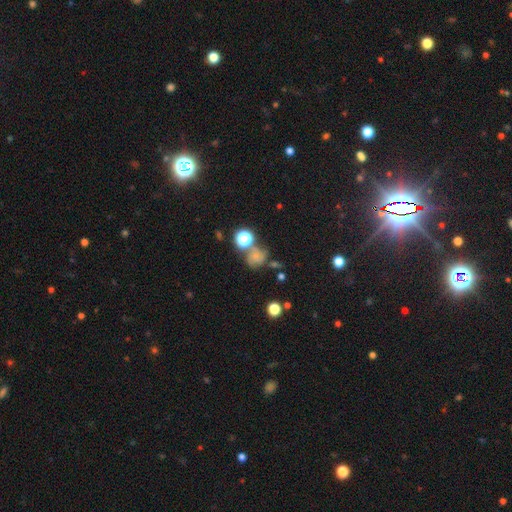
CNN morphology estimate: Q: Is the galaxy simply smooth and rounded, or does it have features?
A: smooth — 50%.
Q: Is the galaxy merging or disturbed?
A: none — 45%.